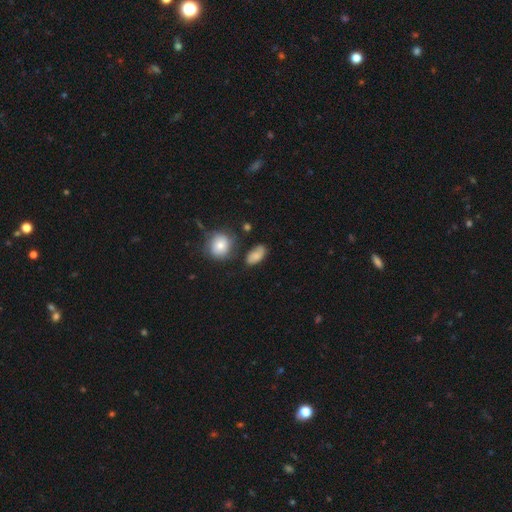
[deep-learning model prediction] This appears to be a smooth galaxy with no disk features (79%) that is in between round and cigar-shaped (88%). Merging: none (63%).